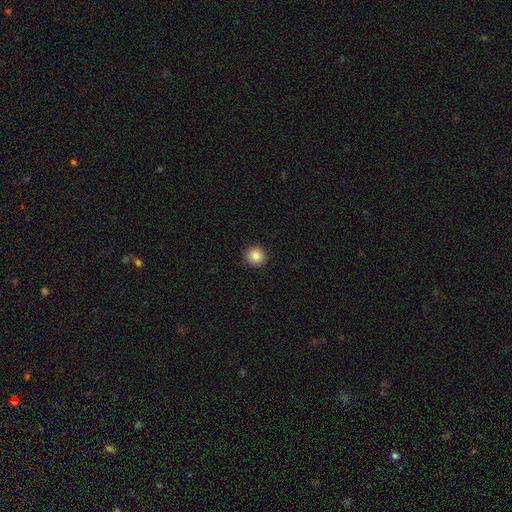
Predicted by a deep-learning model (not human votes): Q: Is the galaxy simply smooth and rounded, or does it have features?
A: smooth — 86%.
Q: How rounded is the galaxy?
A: round — 93%.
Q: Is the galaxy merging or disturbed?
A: none — 92%.